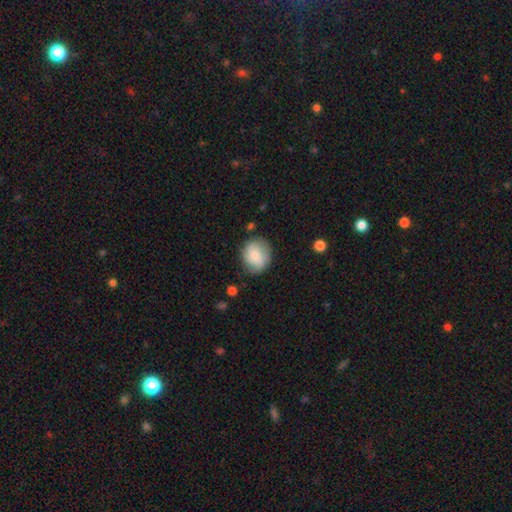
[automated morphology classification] A smooth galaxy with no disk features (65%) that is round (80%). Merging: none (72%).